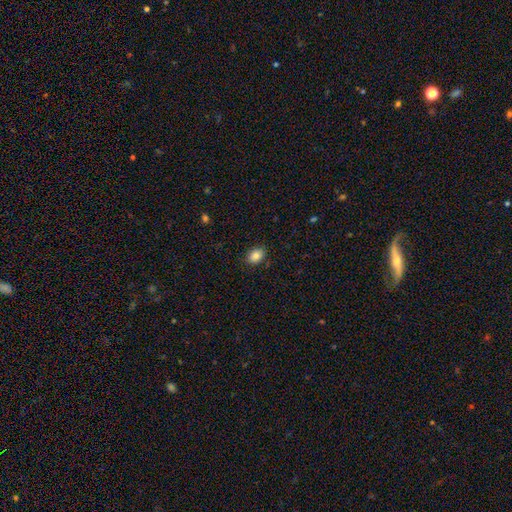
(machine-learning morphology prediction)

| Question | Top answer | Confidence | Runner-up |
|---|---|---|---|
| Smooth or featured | smooth | 86% | star or artifact (9%) |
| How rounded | in between | 74% | round (25%) |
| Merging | none | 87% | minor disturbance (9%) |